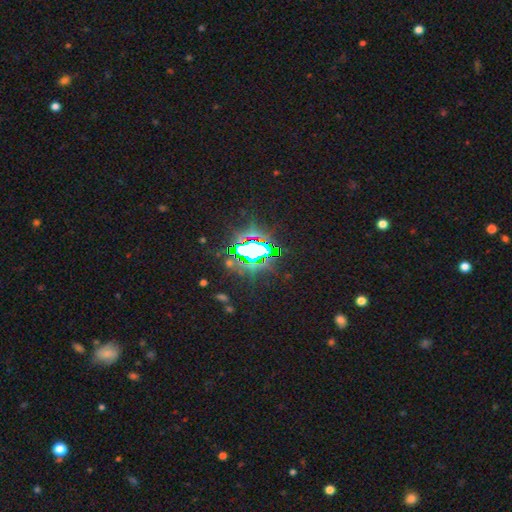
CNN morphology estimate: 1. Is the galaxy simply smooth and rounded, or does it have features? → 75% star or artifact, 14% smooth, 11% featured or disk.